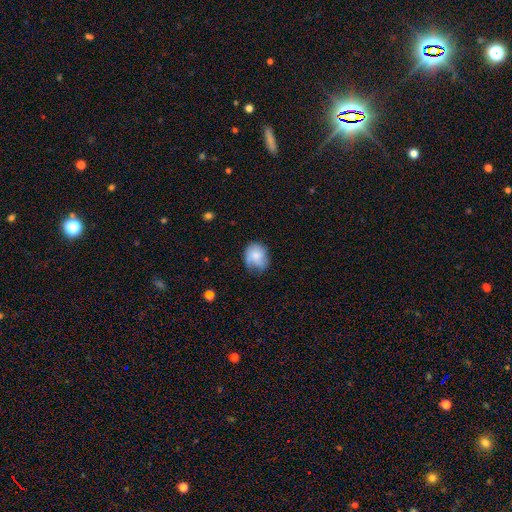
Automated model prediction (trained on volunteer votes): This appears to be a smooth galaxy with no disk features (69%) that is round (57%). Merging: none (48%).